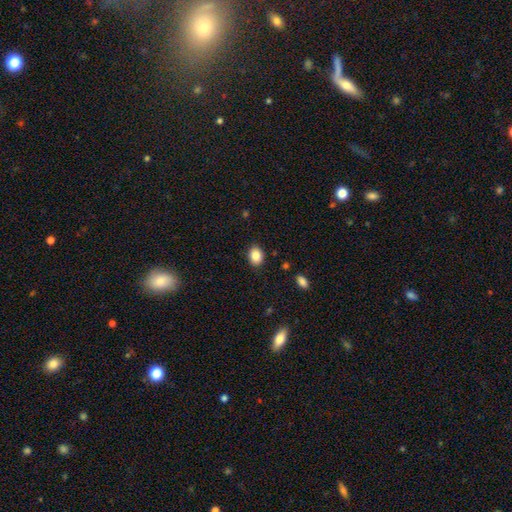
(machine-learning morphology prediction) This is clearly a smooth galaxy (86%). How rounded: likely in between (66%). Merging: clearly none (88%).